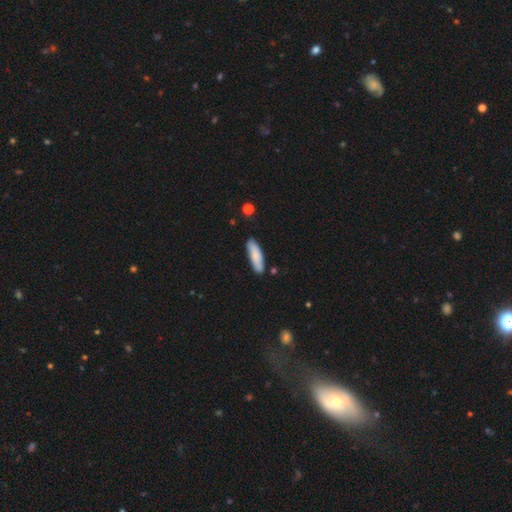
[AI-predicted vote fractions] Smooth or featured?
  - smooth: 83% *
  - featured or disk: 11%
  - star or artifact: 6%
How rounded?
  - cigar-shaped: 57% *
  - in between: 42%
  - round: 1%
Merging?
  - none: 83% *
  - minor disturbance: 12%
  - merger: 3%
  - major disturbance: 2%